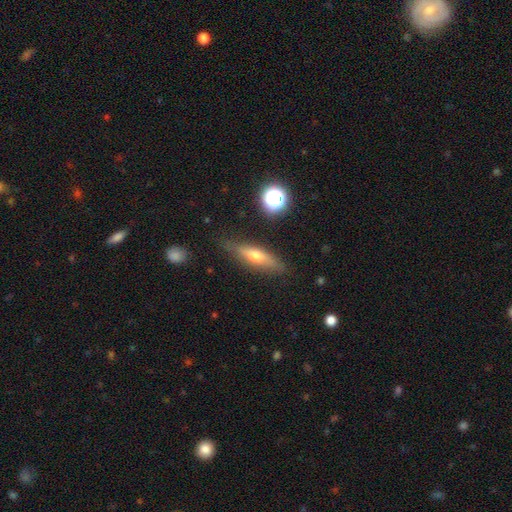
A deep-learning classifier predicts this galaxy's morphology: smooth_or_featured: featured or disk (p=0.46) [tied with: smooth p=0.46]
merging: none (p=0.81) [alt: minor disturbance p=0.14]